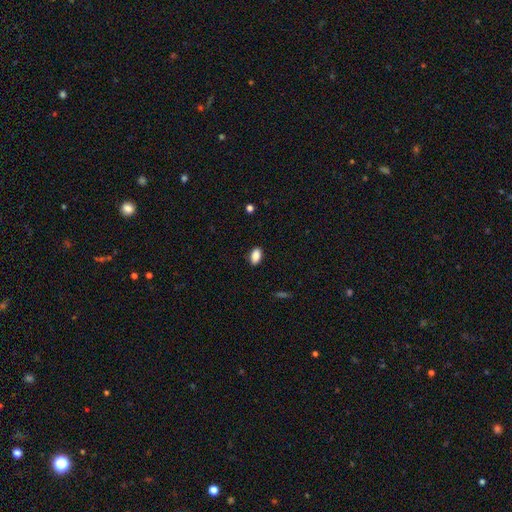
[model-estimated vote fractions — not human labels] This appears to be a smooth galaxy with no disk features (88%) that is in between round and cigar-shaped (91%). Merging: none (88%).